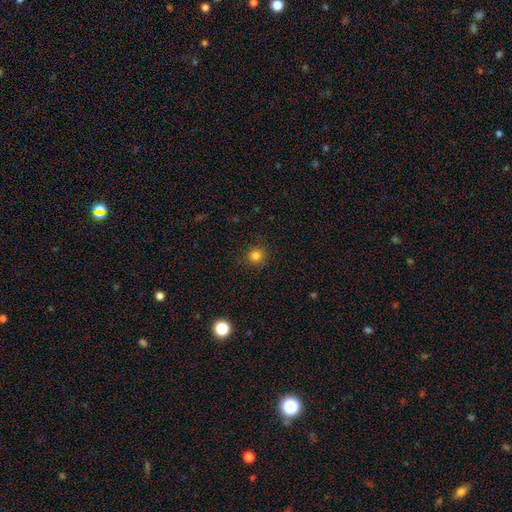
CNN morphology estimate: smooth-or-featured: smooth: 83% | star or artifact: 13% | featured or disk: 4%
  how-rounded: round: 91% | in between: 8% | cigar-shaped: 1%
  merging: none: 89% | minor disturbance: 7% | major disturbance: 2% | merger: 1%